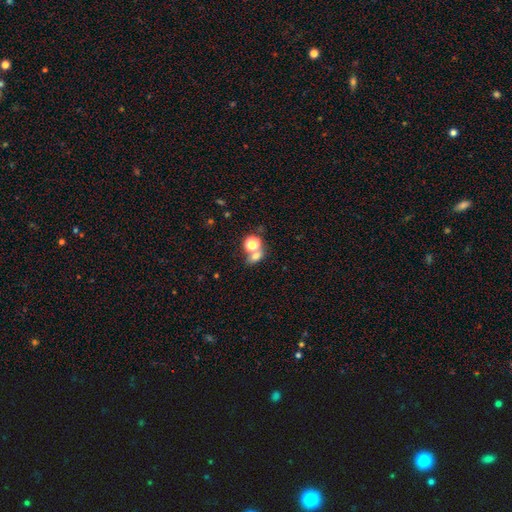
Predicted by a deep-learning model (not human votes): Smooth or featured? smooth (68%)
How rounded? in between (49%)
Merging? none (45%)